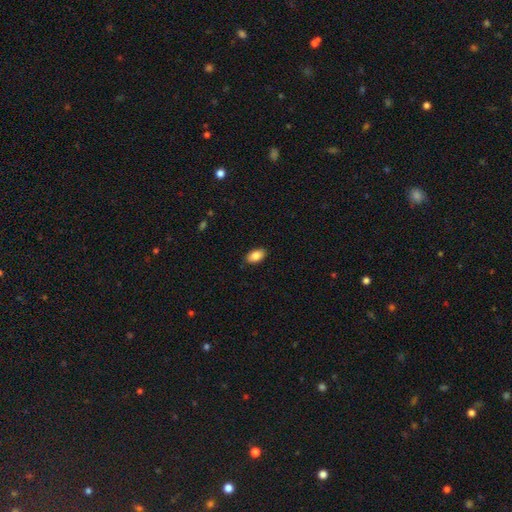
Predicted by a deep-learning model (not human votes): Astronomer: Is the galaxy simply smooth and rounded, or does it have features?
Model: smooth — 85%.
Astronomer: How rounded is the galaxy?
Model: in between — 93%.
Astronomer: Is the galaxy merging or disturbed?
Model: none — 88%.